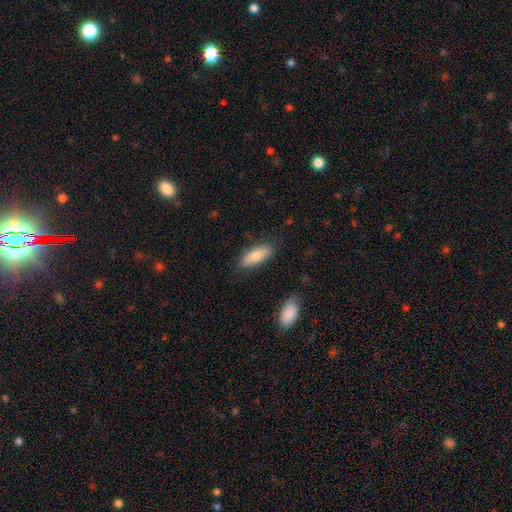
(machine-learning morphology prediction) A smooth galaxy with no disk features (79%) that is in between round and cigar-shaped (75%).

Vote fractions:
- Smooth or featured? smooth: 79% / featured or disk: 15% / star or artifact: 6%
- How rounded? in between: 75% / cigar-shaped: 23% / round: 2%
- Merging? none: 80% / minor disturbance: 15% / major disturbance: 3% / merger: 2%